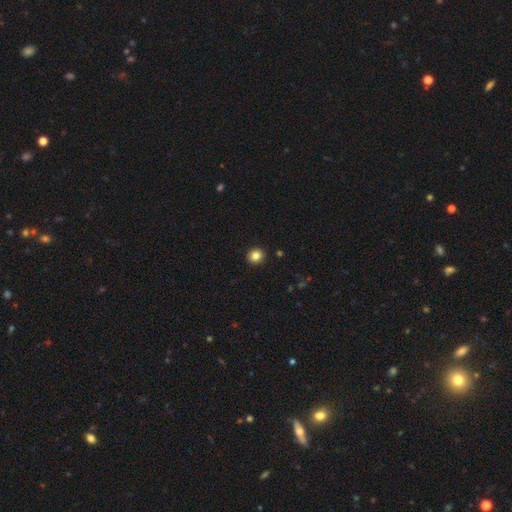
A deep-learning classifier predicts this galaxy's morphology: A smooth galaxy with no disk features (85%) that is round (90%).

Vote fractions:
- Smooth or featured? smooth: 85% / star or artifact: 10% / featured or disk: 5%
- How rounded? round: 90% / in between: 9% / cigar-shaped: 1%
- Merging? none: 93% / minor disturbance: 5% / major disturbance: 1% / merger: 1%